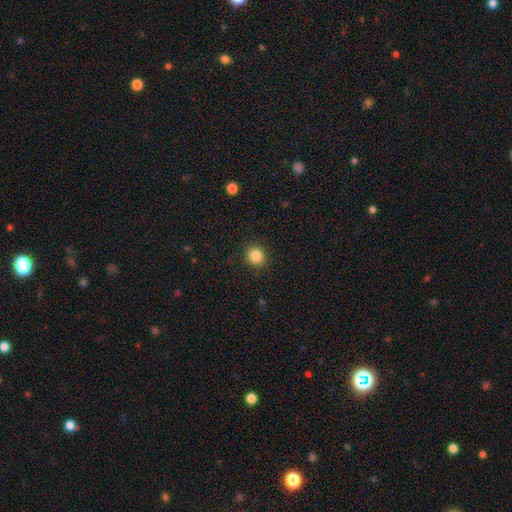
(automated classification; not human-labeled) A smooth galaxy with no disk features (85%) that is round (87%).

Vote fractions:
- Smooth or featured? smooth: 85% / star or artifact: 11% / featured or disk: 5%
- How rounded? round: 87% / in between: 12% / cigar-shaped: 1%
- Merging? none: 90% / minor disturbance: 7% / major disturbance: 2% / merger: 1%